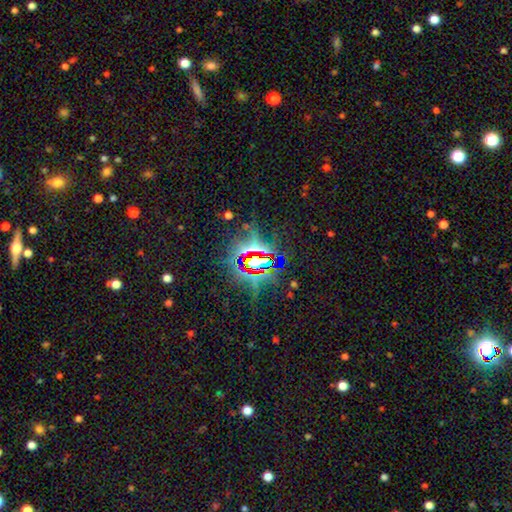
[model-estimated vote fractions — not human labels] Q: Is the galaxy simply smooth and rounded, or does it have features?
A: star or artifact — 78%.